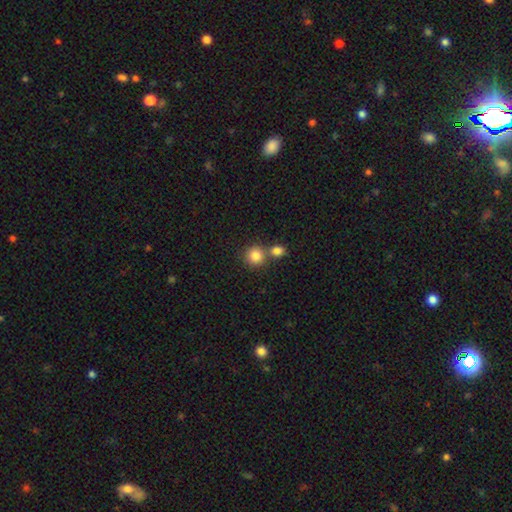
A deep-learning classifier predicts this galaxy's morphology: A smooth galaxy with no disk features (83%) that is round (90%). Merging: none (57%).